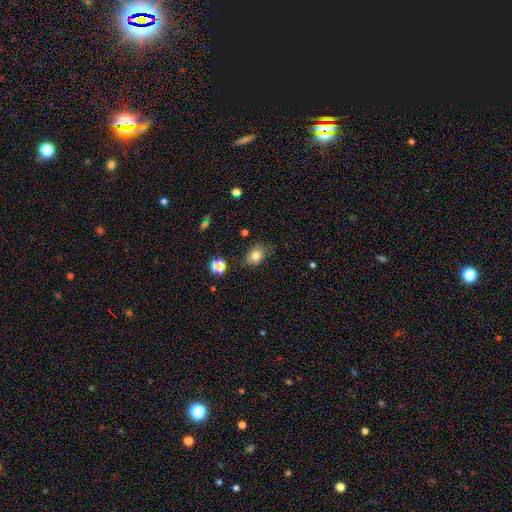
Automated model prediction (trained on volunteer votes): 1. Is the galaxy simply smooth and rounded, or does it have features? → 78% smooth, 12% star or artifact, 10% featured or disk.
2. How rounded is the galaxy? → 64% in between, 35% round, 1% cigar-shaped.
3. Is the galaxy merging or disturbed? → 67% none, 25% minor disturbance, 6% major disturbance, 3% merger.